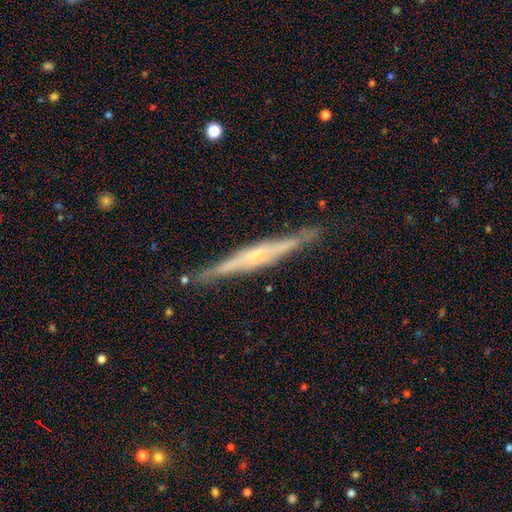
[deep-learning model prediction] The model was most divided on "edge-on bulge": rounded: 50%, none: 25%, boxy: 24%. More confident: edge-on disk — yes (96%); merging — none (84%); smooth or featured — featured or disk (77%).